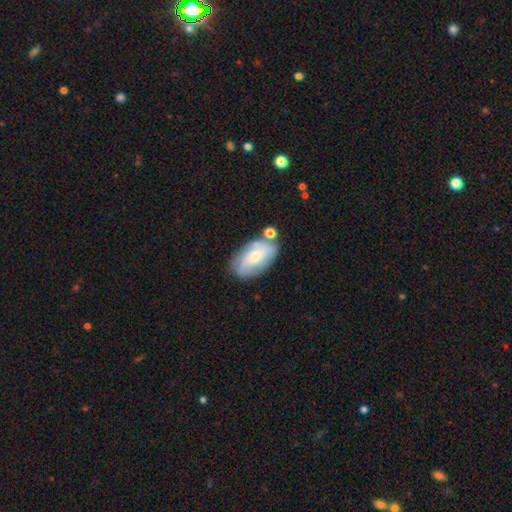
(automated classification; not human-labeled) Smooth or featured: featured or disk — 46% (tied with smooth — 46%)
Merging: none — 58% (minor disturbance — 22%)